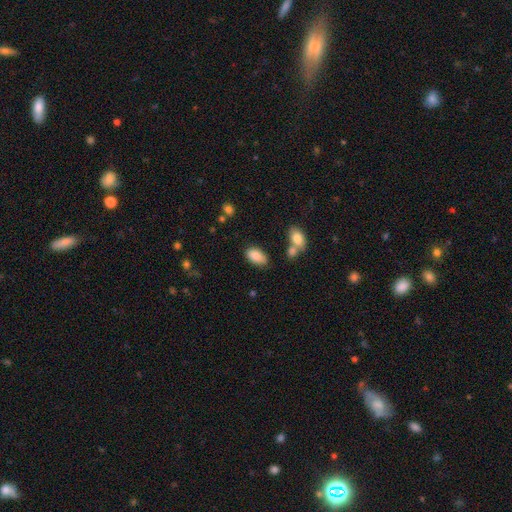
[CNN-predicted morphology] A smooth galaxy with no disk features (87%) that is in between round and cigar-shaped (94%). Merging: none (73%).